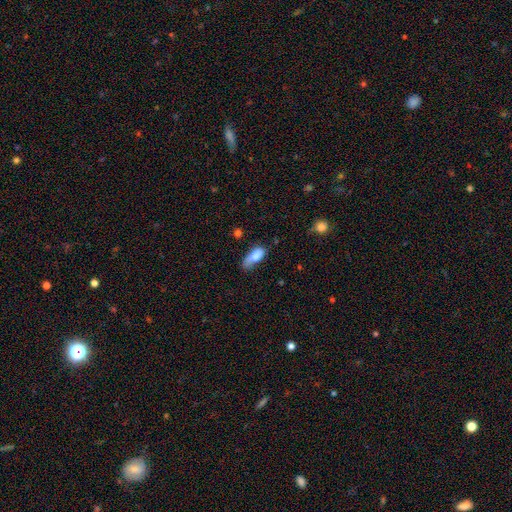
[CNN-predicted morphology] Overall: smooth (78%). How rounded: in between (79%). Merging: minor disturbance (37%; none 33%).